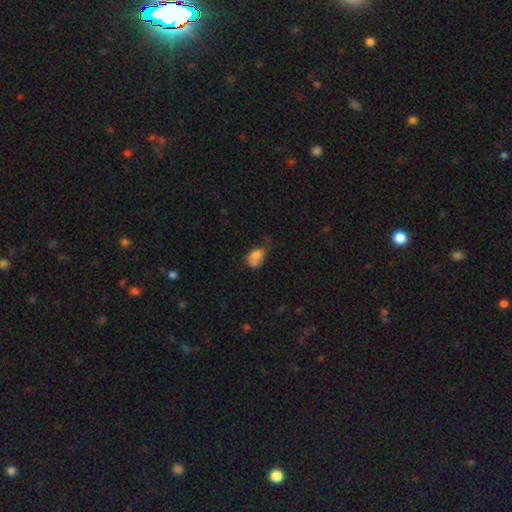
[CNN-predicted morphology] Smooth or featured: smooth — 73% (featured or disk — 17%)
How rounded: in between — 76% (round — 22%)
Merging: none — 33% (minor disturbance — 26%)